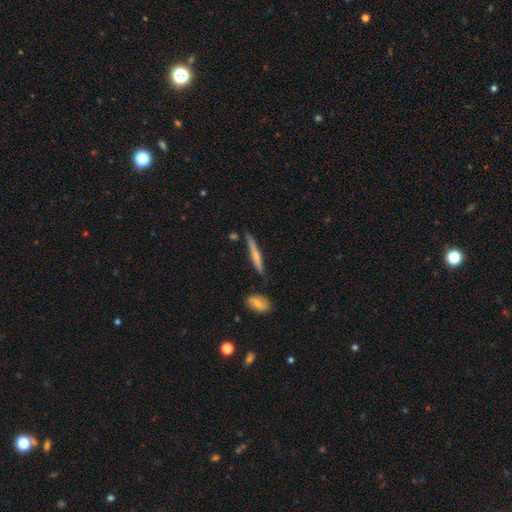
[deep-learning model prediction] Morphology: type=smooth (51%); roundness=cigar-shaped (93%); merging=none (76%).